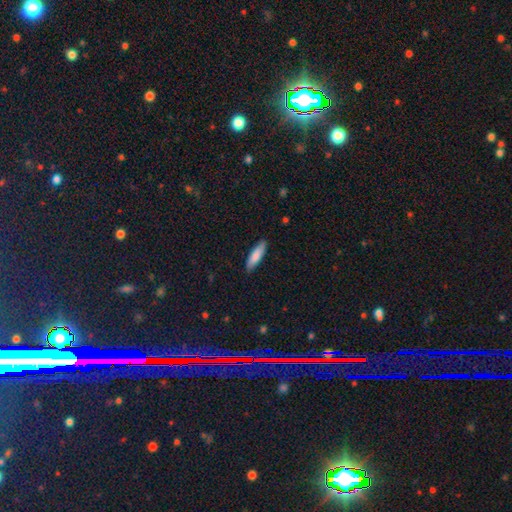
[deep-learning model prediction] Morphology: type=smooth (82%); roundness=cigar-shaped (68%); merging=none (87%).